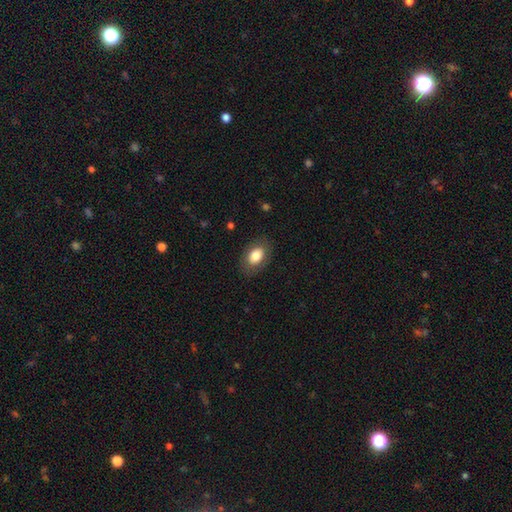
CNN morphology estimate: Smooth or featured: smooth — 79% (featured or disk — 14%)
How rounded: in between — 86% (round — 13%)
Merging: none — 83% (minor disturbance — 12%)